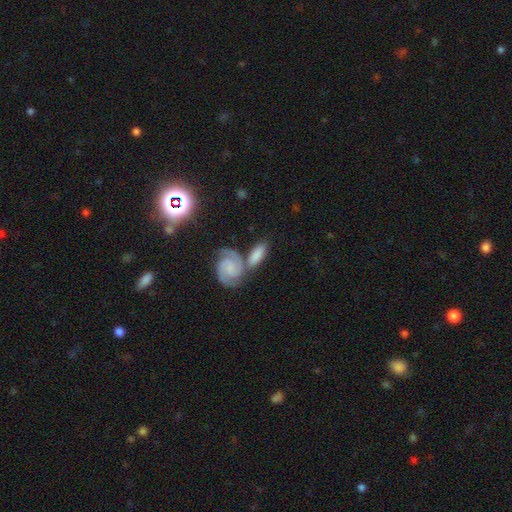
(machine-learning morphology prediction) Smooth or featured?
  - featured or disk: 58% *
  - smooth: 31%
  - star or artifact: 11%
Edge-on disk?
  - no: 88% *
  - yes: 12%
Bar?
  - no: 59% *
  - weak: 29%
  - strong: 12%
Spiral arms?
  - yes: 92% *
  - no: 8%
Bulge size?
  - small: 40% *
  - none: 31%
  - moderate: 20%
  - large: 7%
  - dominant: 3%
Merging?
  - none: 48% *
  - merger: 34%
  - minor disturbance: 12%
  - major disturbance: 5%